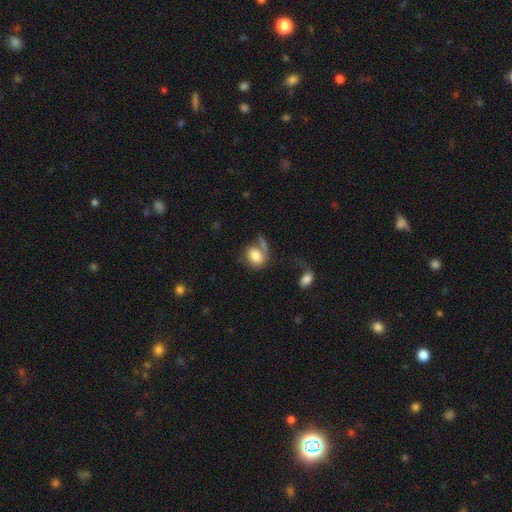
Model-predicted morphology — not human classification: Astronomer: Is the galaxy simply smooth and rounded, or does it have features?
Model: smooth — 70%.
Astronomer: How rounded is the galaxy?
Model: in between — 61% (runner-up: round, 37%).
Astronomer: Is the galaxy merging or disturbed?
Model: none — 34% (runner-up: merger, 26%).